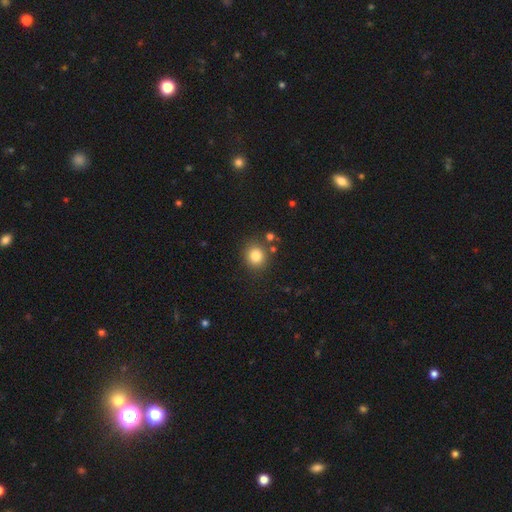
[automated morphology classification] Overall: smooth (83%). How rounded: round (84%). Merging: none (81%).